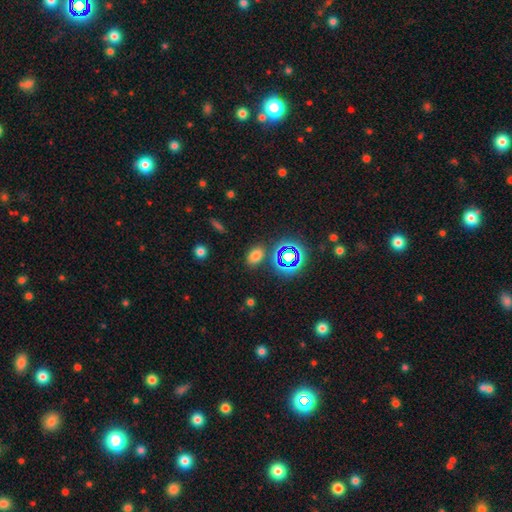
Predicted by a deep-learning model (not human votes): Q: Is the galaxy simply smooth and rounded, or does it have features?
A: smooth — 71%.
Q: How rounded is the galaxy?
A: in between — 79%.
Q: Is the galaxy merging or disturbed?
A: none — 80%.